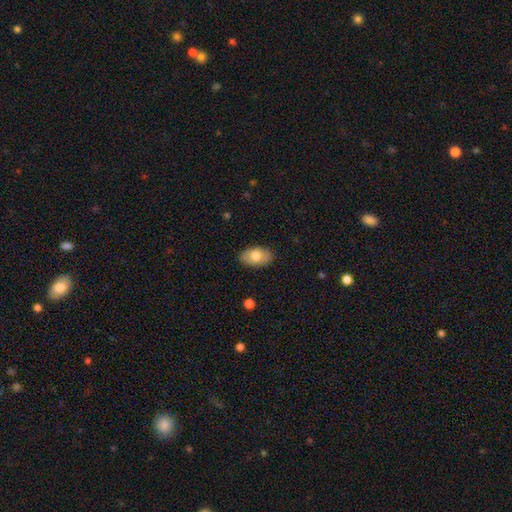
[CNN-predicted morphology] This appears to be a smooth galaxy with no disk features (74%) that is in between round and cigar-shaped (91%). Merging: none (86%).